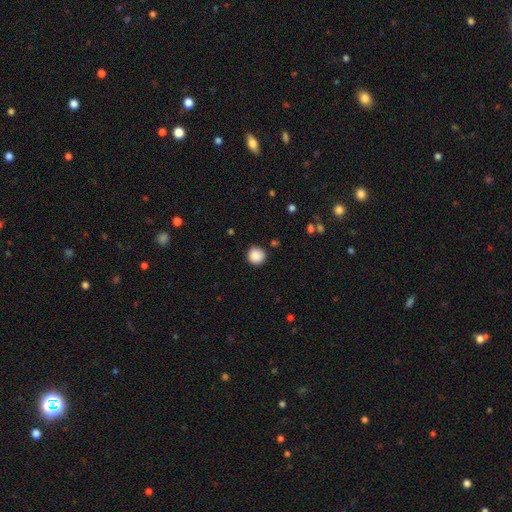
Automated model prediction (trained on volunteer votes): smooth-or-featured: smooth: 88% | star or artifact: 9% | featured or disk: 3%
  how-rounded: round: 95% | in between: 4% | cigar-shaped: 1%
  merging: none: 89% | minor disturbance: 7% | major disturbance: 2% | merger: 1%